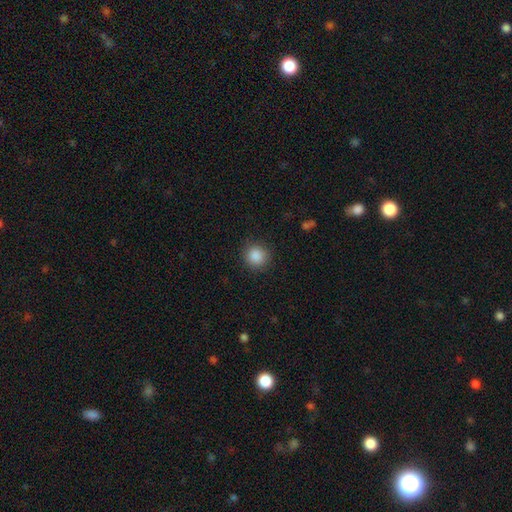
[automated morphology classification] Smooth or featured?
  - smooth: 87% *
  - star or artifact: 10%
  - featured or disk: 3%
How rounded?
  - round: 92% *
  - in between: 7%
  - cigar-shaped: 1%
Merging?
  - none: 89% *
  - minor disturbance: 7%
  - major disturbance: 3%
  - merger: 1%